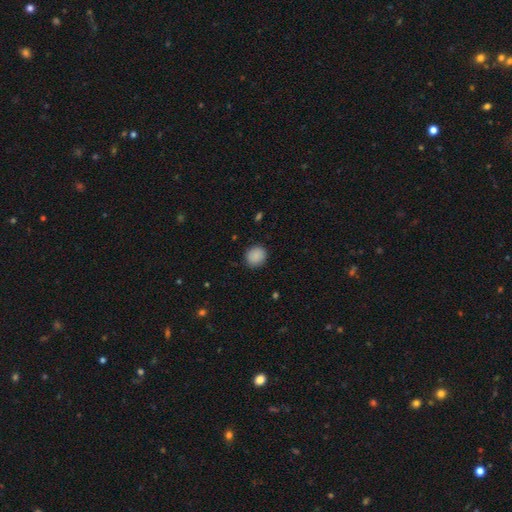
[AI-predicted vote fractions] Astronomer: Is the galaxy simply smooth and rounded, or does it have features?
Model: smooth — 88%.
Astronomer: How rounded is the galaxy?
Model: round — 82%.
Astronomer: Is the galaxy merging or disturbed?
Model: none — 88%.